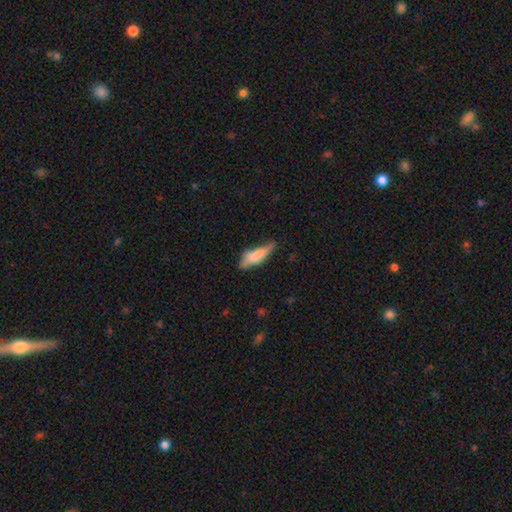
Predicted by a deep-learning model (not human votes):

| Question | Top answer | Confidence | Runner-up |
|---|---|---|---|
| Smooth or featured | smooth | 67% | featured or disk (25%) |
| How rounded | cigar-shaped | 52% | in between (46%) |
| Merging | none | 39% | minor disturbance (36%) |